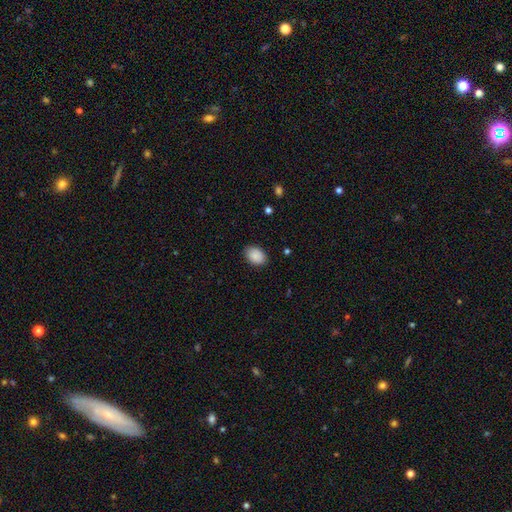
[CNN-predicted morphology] Smooth or featured: smooth — 89% (star or artifact — 7%)
How rounded: in between — 80% (round — 19%)
Merging: none — 86% (minor disturbance — 11%)